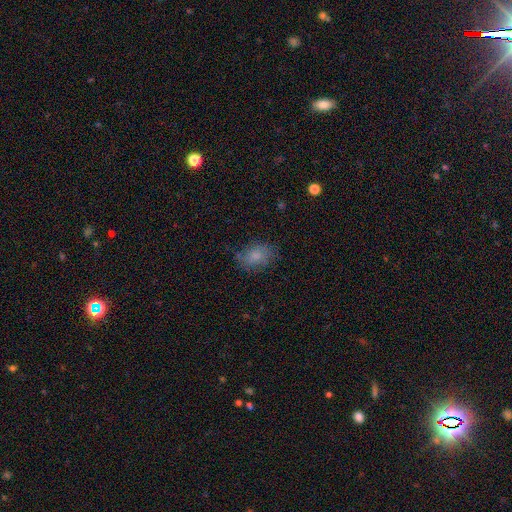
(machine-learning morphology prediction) This is likely a smooth galaxy (79%). How rounded: likely in between (72%). Merging: likely none (73%).